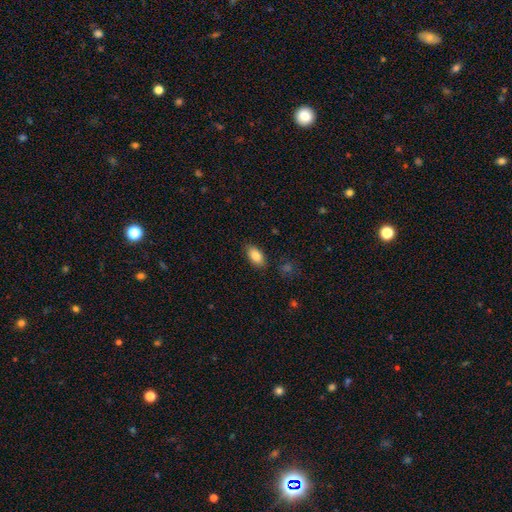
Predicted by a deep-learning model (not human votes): Smooth or featured: smooth — 84% (featured or disk — 9%)
How rounded: in between — 91% (cigar-shaped — 5%)
Merging: none — 86% (minor disturbance — 10%)